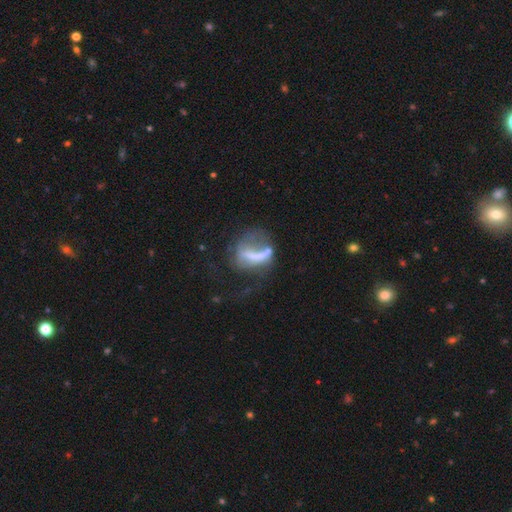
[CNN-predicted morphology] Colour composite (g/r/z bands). It shows a featured or disk galaxy (52%). Merging: major disturbance (44%).